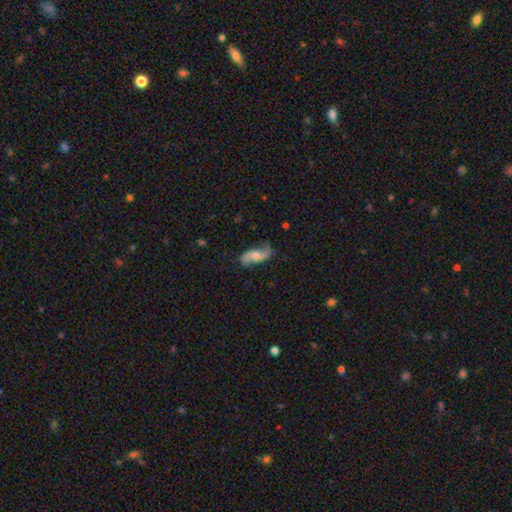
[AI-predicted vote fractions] Smooth or featured: featured or disk — 72% (smooth — 22%)
Edge-on disk: no — 92% (yes — 8%)
Bar: no — 60% (weak — 31%)
Spiral arms: yes — 93% (no — 7%)
Spiral winding: loose — 77% (medium — 17%)
Spiral arm count: 2 — 92% (can't tell — 3%)
Bulge size: moderate — 52% (small — 36%)
Merging: none — 75% (minor disturbance — 17%)